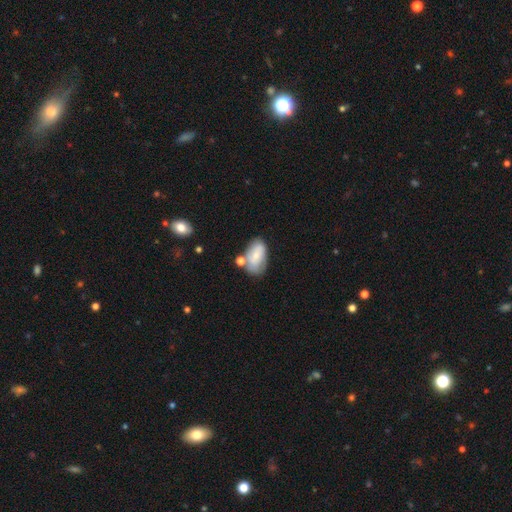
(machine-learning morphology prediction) Smooth or featured? Predicted: smooth (p=0.61). How rounded? Predicted: in between (p=0.90). Merging? Predicted: none (p=0.49).